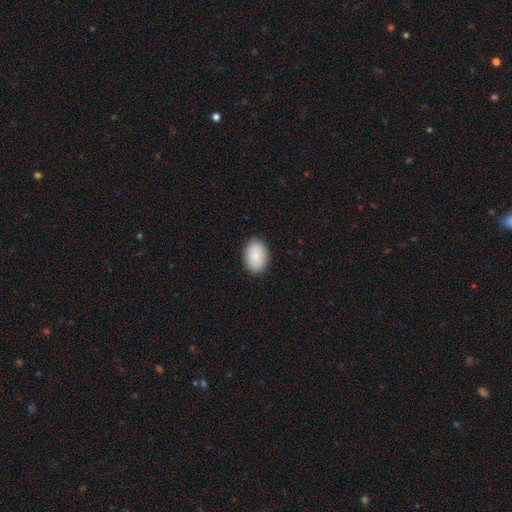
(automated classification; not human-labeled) Smooth or featured: smooth — 86% (featured or disk — 8%)
How rounded: in between — 83% (round — 16%)
Merging: none — 89% (minor disturbance — 8%)